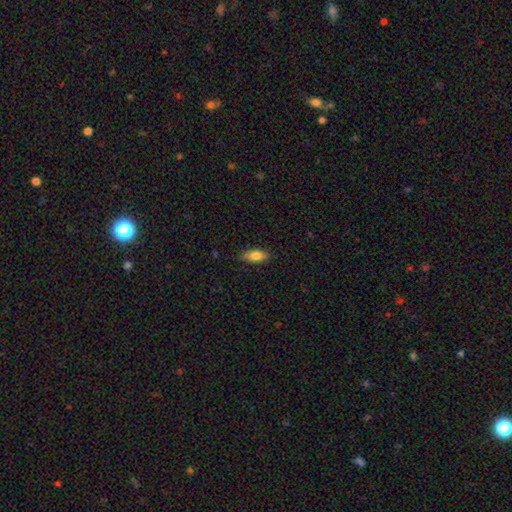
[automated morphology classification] This appears to be a smooth galaxy with no disk features (81%) that is in between round and cigar-shaped (84%). Merging: none (83%).